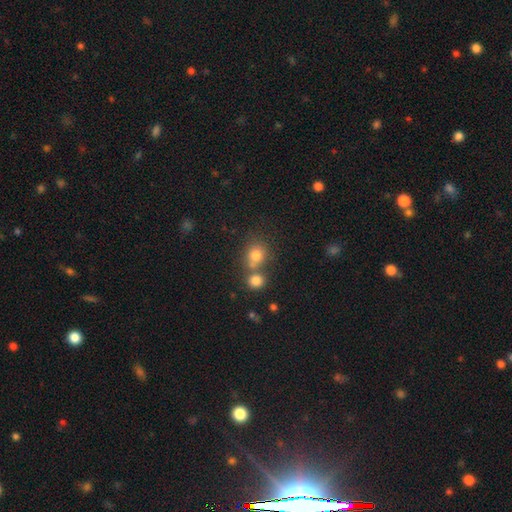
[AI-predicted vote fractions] Smooth or featured?
  - smooth: 77% *
  - star or artifact: 14%
  - featured or disk: 9%
How rounded?
  - round: 78% *
  - in between: 21%
  - cigar-shaped: 1%
Merging?
  - none: 50% *
  - merger: 37%
  - minor disturbance: 9%
  - major disturbance: 4%